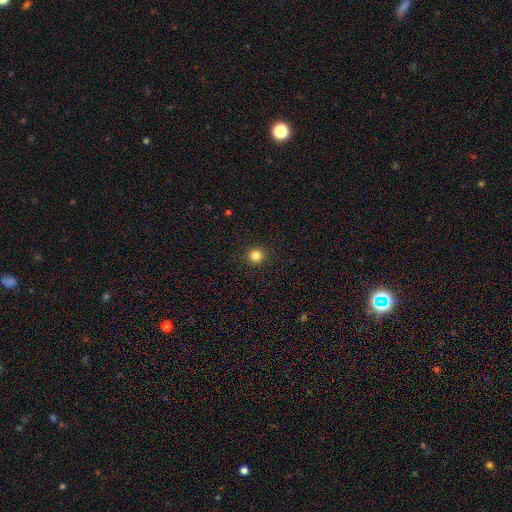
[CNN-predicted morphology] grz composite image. It shows a smooth galaxy with no disk features (83%) that is round (94%). Merging: none (92%).